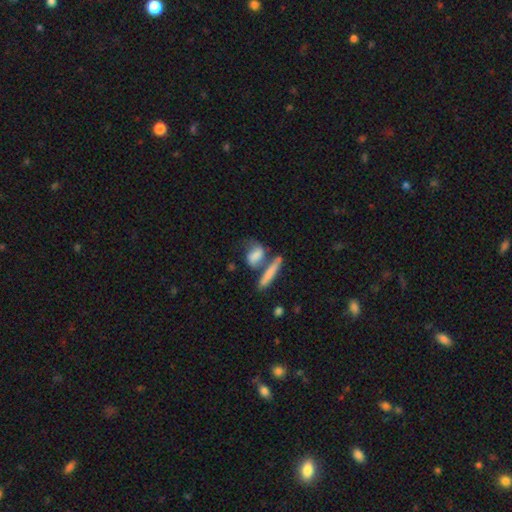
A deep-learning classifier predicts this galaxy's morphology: The model was most divided on "merging": none: 39%, merger: 32%, minor disturbance: 16%, major disturbance: 12%. Remaining: smooth or featured — smooth (63%); how rounded — in between (49%).